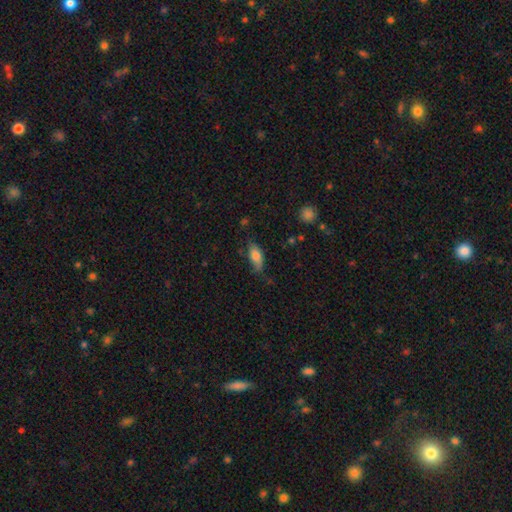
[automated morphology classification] A smooth galaxy with no disk features (76%) that is in between round and cigar-shaped (81%).

Vote fractions:
- Smooth or featured? smooth: 76% / featured or disk: 17% / star or artifact: 8%
- How rounded? in between: 81% / cigar-shaped: 16% / round: 3%
- Merging? none: 60% / minor disturbance: 30% / major disturbance: 8% / merger: 2%